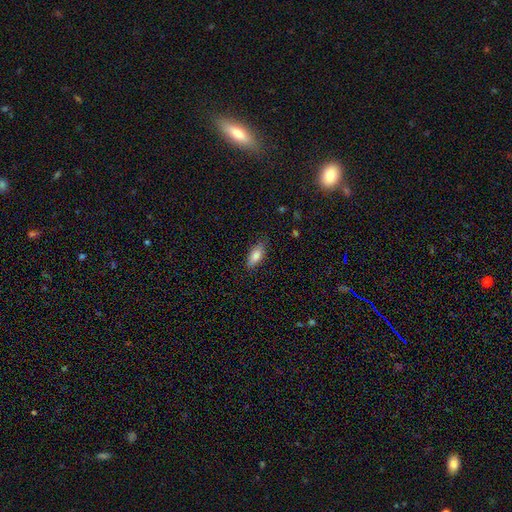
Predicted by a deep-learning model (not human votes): The model was most divided on "how rounded": in between: 78%, cigar-shaped: 19%, round: 2%. More confident: smooth or featured — smooth (81%); merging — none (81%).